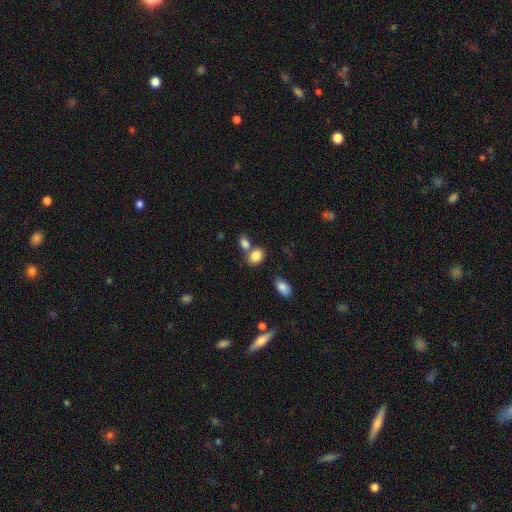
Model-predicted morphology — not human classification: Smooth or featured? Predicted: smooth (p=0.84). How rounded? Predicted: in between (p=0.70). Merging? Predicted: none (p=0.52).